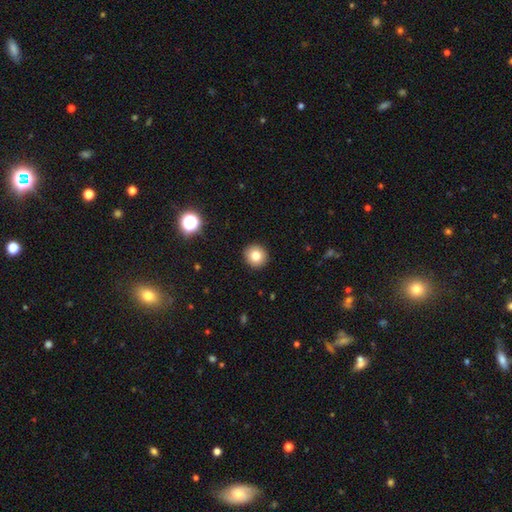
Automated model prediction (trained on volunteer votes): The model was most divided on "smooth or featured": smooth: 80%, star or artifact: 11%, featured or disk: 9%. More confident: merging — none (92%); how rounded — round (92%).